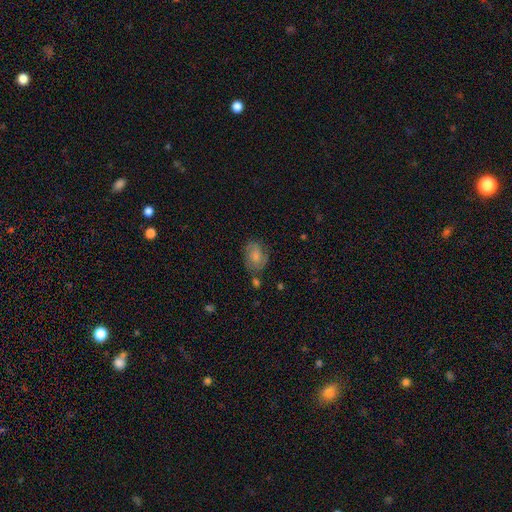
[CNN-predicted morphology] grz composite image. It shows a smooth galaxy with no disk features (57%) that is in between round and cigar-shaped (66%). Merging: none (60%).